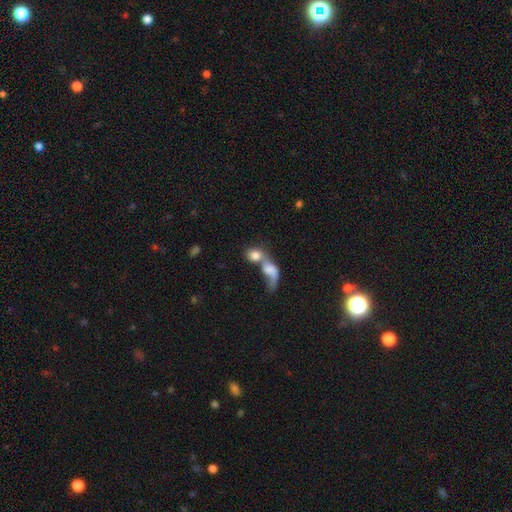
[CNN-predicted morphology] The model was most divided on "how rounded": in between: 51%, round: 45%, cigar-shaped: 4%. More confident: smooth or featured — smooth (74%); merging — merger (73%).